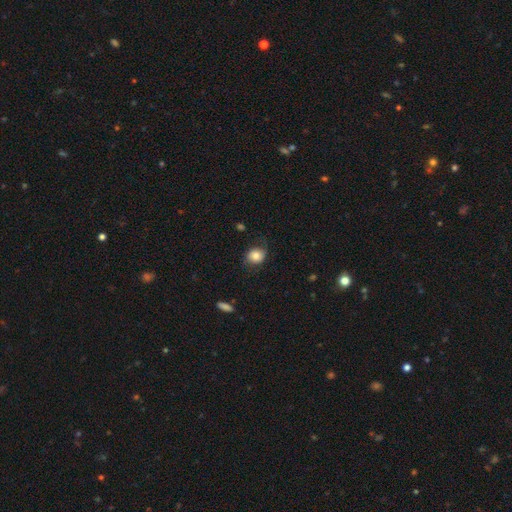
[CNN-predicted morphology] Smooth or featured? Predicted: smooth (p=0.78). How rounded? Predicted: round (p=0.61). Merging? Predicted: none (p=0.70).